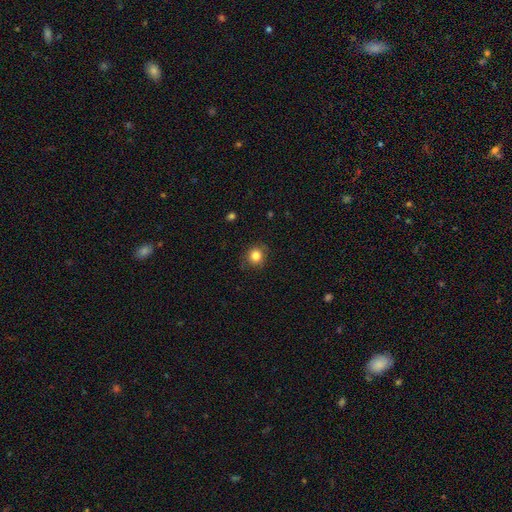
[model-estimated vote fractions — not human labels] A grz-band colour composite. It shows a smooth galaxy with no disk features (84%) that is round (84%). Merging: none (83%).